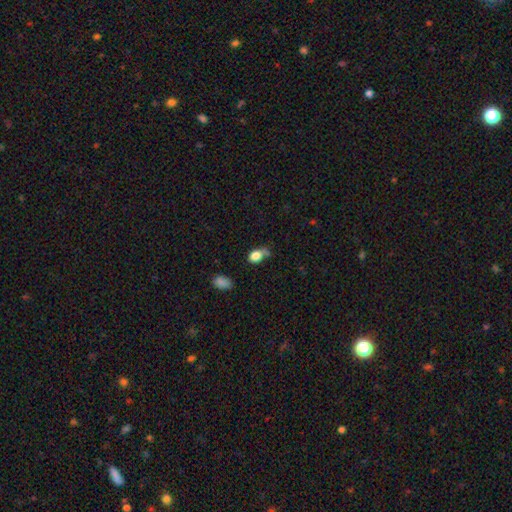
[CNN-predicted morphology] Smooth or featured? smooth (82%)
How rounded? in between (67%)
Merging? none (41%)